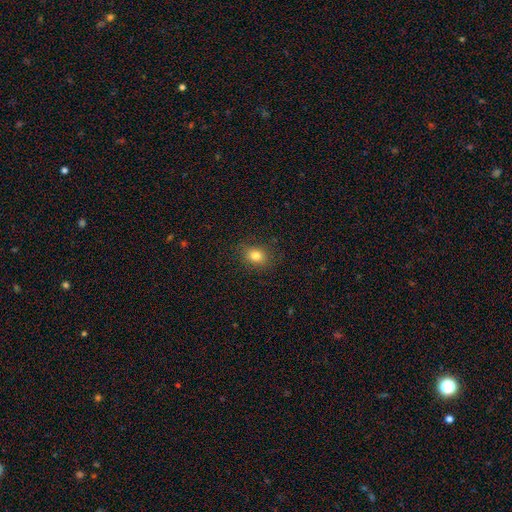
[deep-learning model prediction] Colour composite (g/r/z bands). It shows a smooth galaxy with no disk features (80%) that is in between round and cigar-shaped (50%). Merging: none (84%).